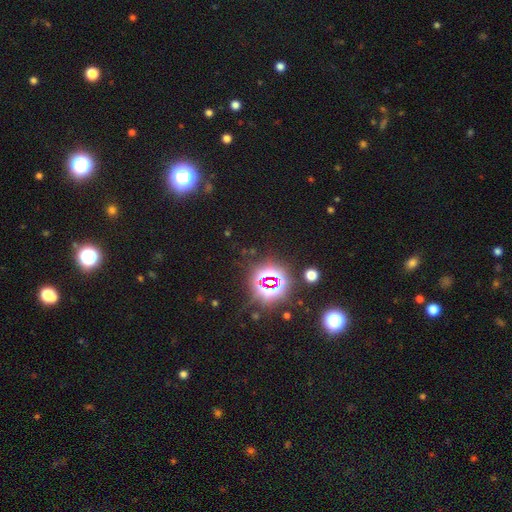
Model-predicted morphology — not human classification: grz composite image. It shows a star or artifact, not a galaxy (80%).